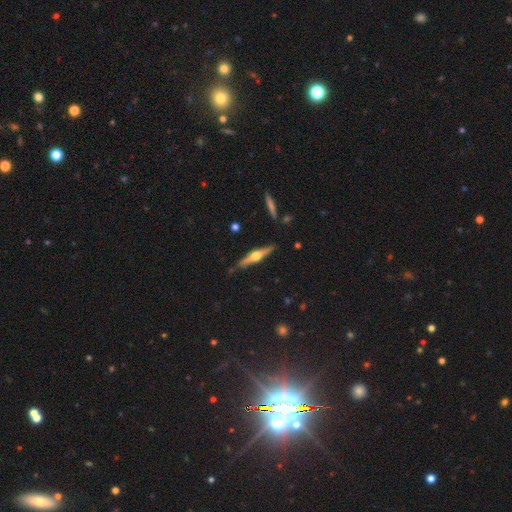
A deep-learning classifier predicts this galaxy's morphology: smooth-or-featured: featured or disk: 73% | smooth: 21% | star or artifact: 6%
  disk-edge-on: yes: 97% | no: 3%
    edge-on-bulge: rounded: 94% | boxy: 4% | none: 2%
  merging: none: 87% | minor disturbance: 9% | merger: 2% | major disturbance: 2%